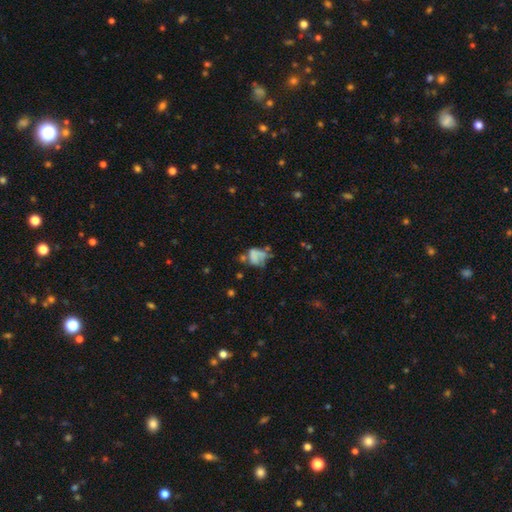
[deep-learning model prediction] A smooth galaxy with no disk features (52%) that is in between round and cigar-shaped (66%). Merging: major disturbance (31%).